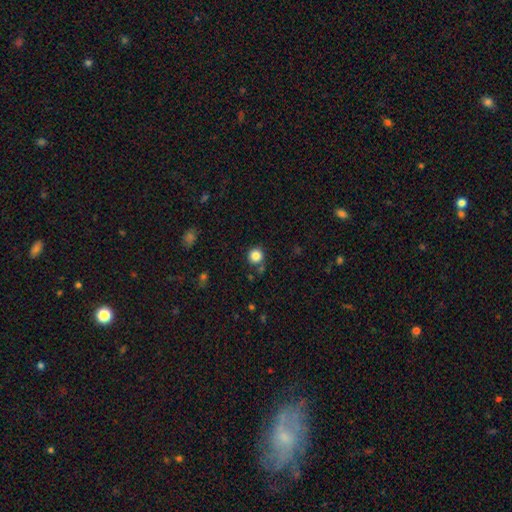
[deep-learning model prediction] Smooth or featured?
  - smooth: 85% *
  - star or artifact: 11%
  - featured or disk: 4%
How rounded?
  - round: 94% *
  - in between: 6%
  - cigar-shaped: 1%
Merging?
  - none: 81% *
  - minor disturbance: 10%
  - merger: 6%
  - major disturbance: 3%